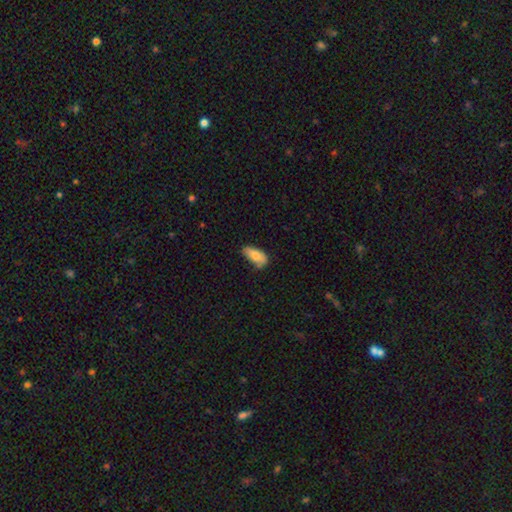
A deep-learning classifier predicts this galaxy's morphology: Smooth or featured? smooth (78%)
How rounded? in between (87%)
Merging? none (54%)